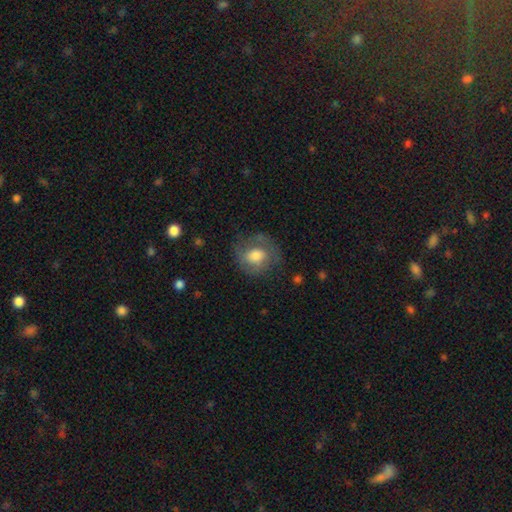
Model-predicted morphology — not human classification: Smooth or featured? Predicted: smooth (p=0.53). How rounded? Predicted: round (p=0.76). Merging? Predicted: none (p=0.63).